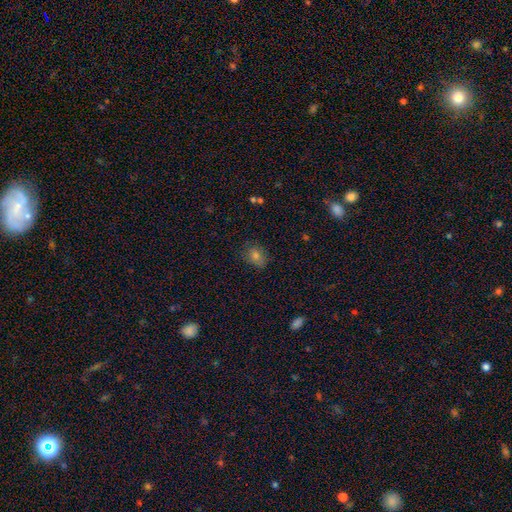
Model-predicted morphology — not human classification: This appears to be a smooth galaxy with no disk features (69%) that is in between round and cigar-shaped (50%). Merging: none (81%).